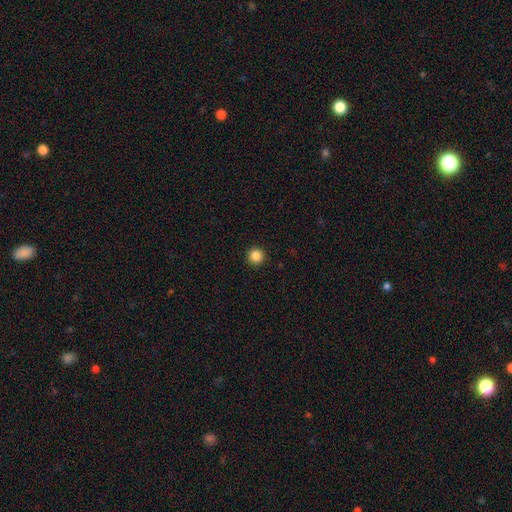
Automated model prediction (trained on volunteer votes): Overall: smooth (86%). How rounded: round (96%). Merging: none (94%).